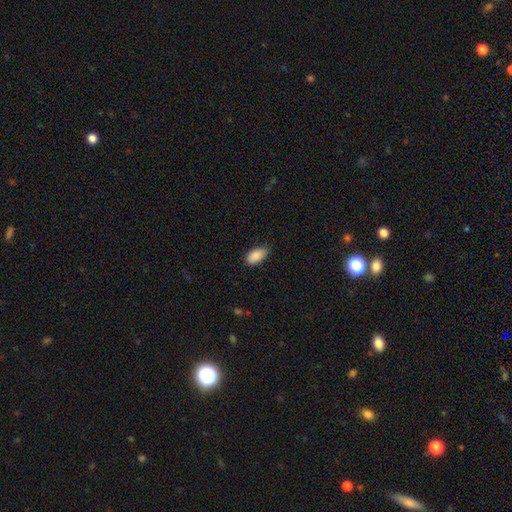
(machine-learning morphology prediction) Overall: smooth (88%). How rounded: in between (94%). Merging: none (71%).